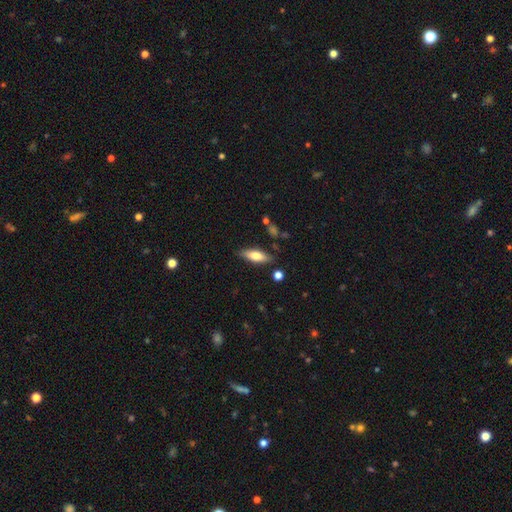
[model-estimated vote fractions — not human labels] Smooth or featured: smooth — 68% (featured or disk — 26%)
How rounded: in between — 58% (cigar-shaped — 40%)
Merging: none — 82% (minor disturbance — 12%)